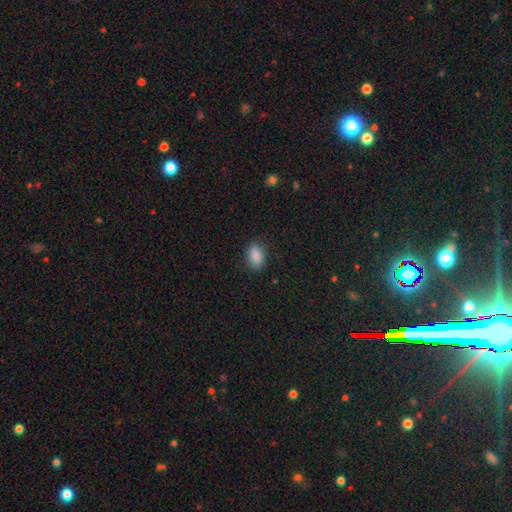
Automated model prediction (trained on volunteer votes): The model was most divided on "merging": none: 84%, minor disturbance: 12%, major disturbance: 3%, merger: 1%. More confident: how rounded — in between (88%); smooth or featured — smooth (88%).